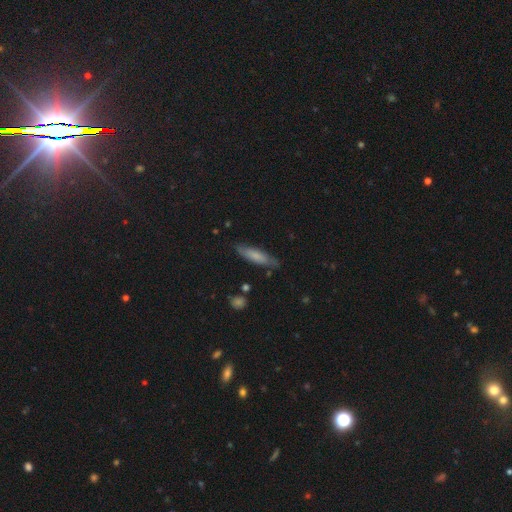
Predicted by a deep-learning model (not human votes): Smooth or featured?
  - smooth: 69% *
  - featured or disk: 25%
  - star or artifact: 6%
How rounded?
  - cigar-shaped: 69% *
  - in between: 30%
  - round: 2%
Merging?
  - none: 78% *
  - minor disturbance: 17%
  - major disturbance: 3%
  - merger: 2%